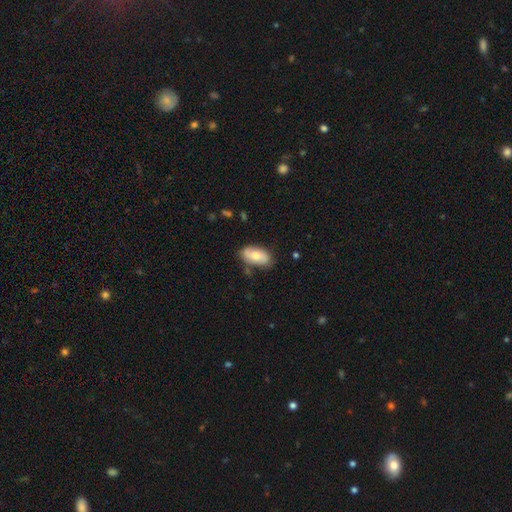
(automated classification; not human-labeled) Q: Smooth or featured?
A: smooth (61%); runner-up: featured or disk (33%)
Q: How rounded?
A: in between (92%); runner-up: round (4%)
Q: Merging?
A: none (73%); runner-up: minor disturbance (20%)